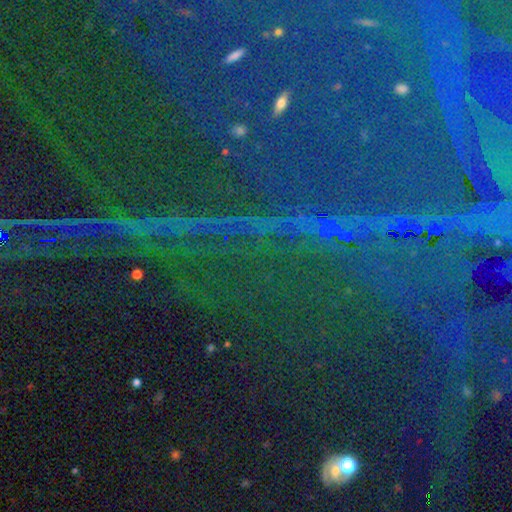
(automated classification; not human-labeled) smooth_or_featured: star or artifact (p=0.87) [alt: featured or disk p=0.07]